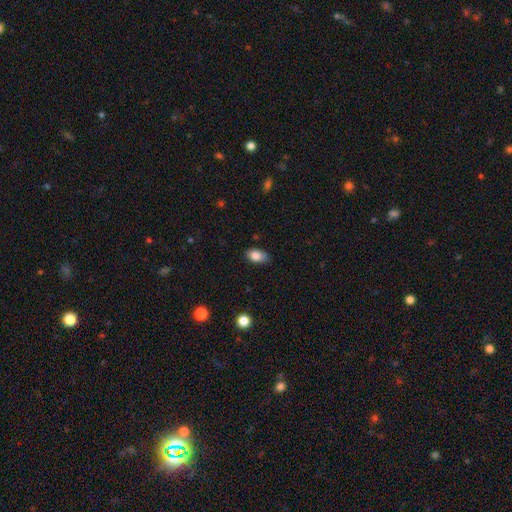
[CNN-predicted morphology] Overall: smooth (84%). How rounded: in between (90%). Merging: none (78%).